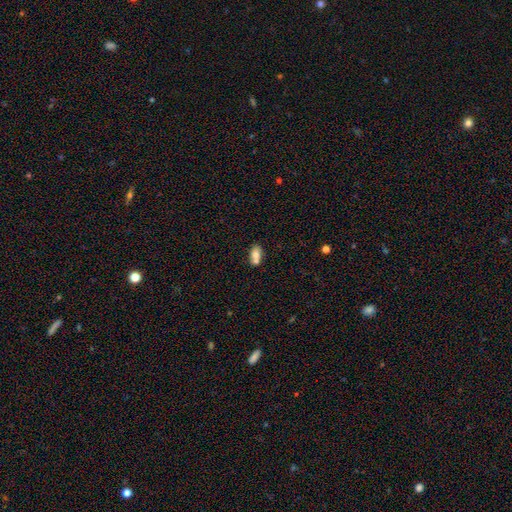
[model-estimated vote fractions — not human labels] Smooth or featured? smooth (76%)
How rounded? in between (86%)
Merging? none (43%)